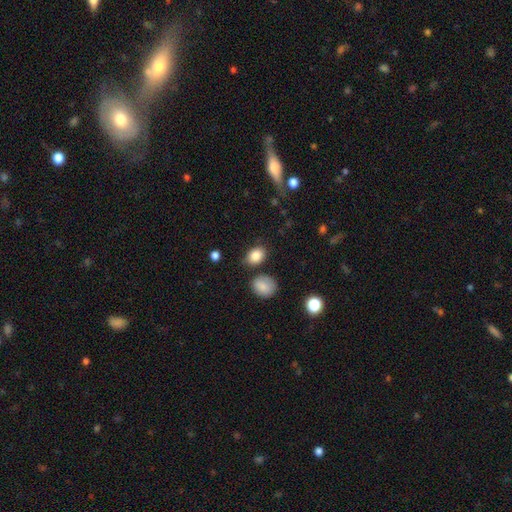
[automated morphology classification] This appears to be a smooth galaxy with no disk features (86%) that is in between round and cigar-shaped (75%). Merging: none (75%).